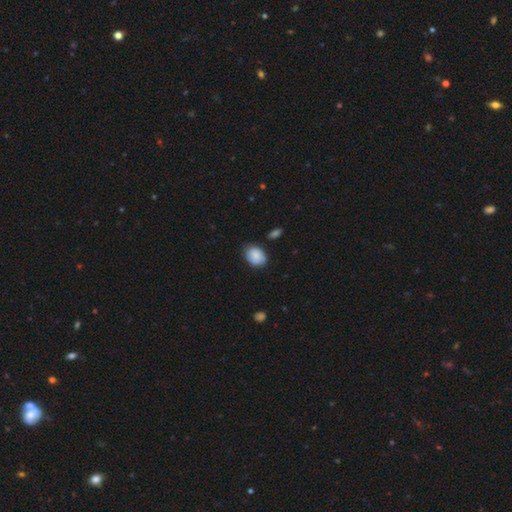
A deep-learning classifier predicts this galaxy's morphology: type=smooth (86%); roundness=in between (64%); merging=none (74%).